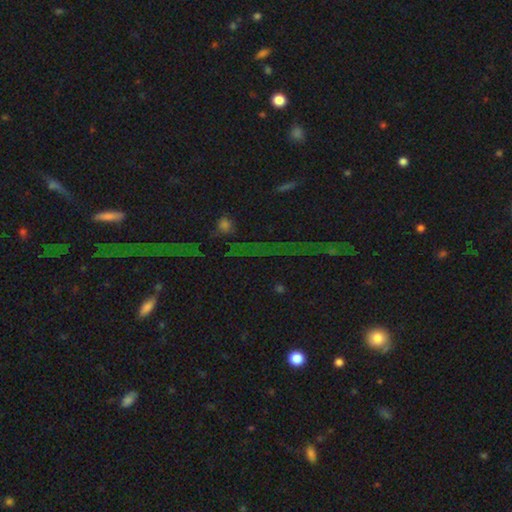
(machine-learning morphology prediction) smooth-or-featured: star or artifact: 70% | featured or disk: 16% | smooth: 15%